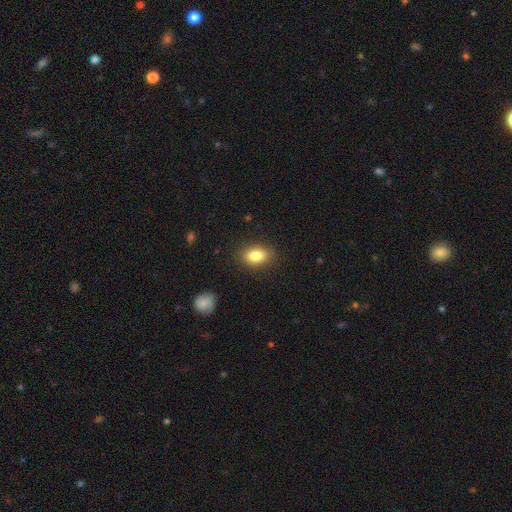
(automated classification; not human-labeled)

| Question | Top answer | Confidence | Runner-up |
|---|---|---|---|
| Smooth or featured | smooth | 84% | star or artifact (8%) |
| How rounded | in between | 83% | round (15%) |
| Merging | none | 86% | minor disturbance (10%) |